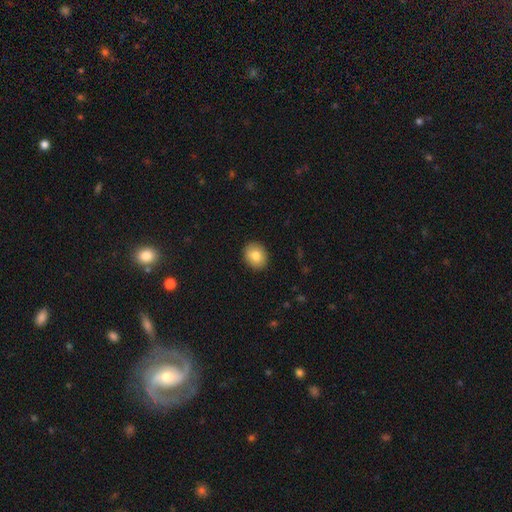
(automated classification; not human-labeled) Smooth or featured: smooth — 81% (featured or disk — 11%)
How rounded: round — 62% (in between — 37%)
Merging: none — 91% (minor disturbance — 6%)